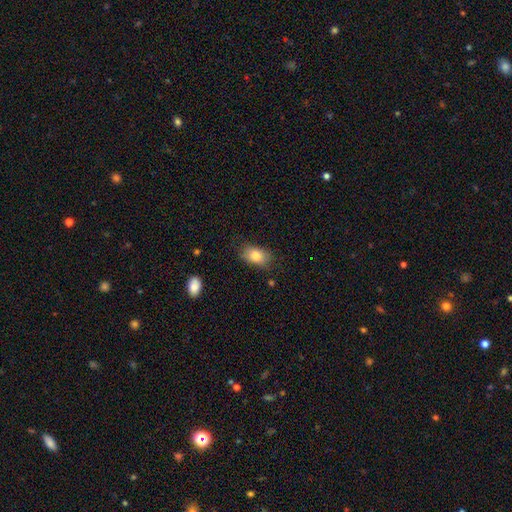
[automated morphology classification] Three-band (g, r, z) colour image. It shows a smooth galaxy with no disk features (84%) that is in between round and cigar-shaped (86%). Merging: none (78%).